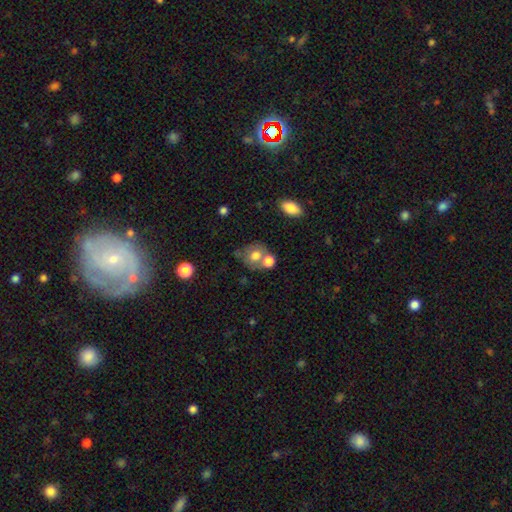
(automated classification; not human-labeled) Morphology: type=smooth (66%); roundness=round (61%); merging=none (43%).